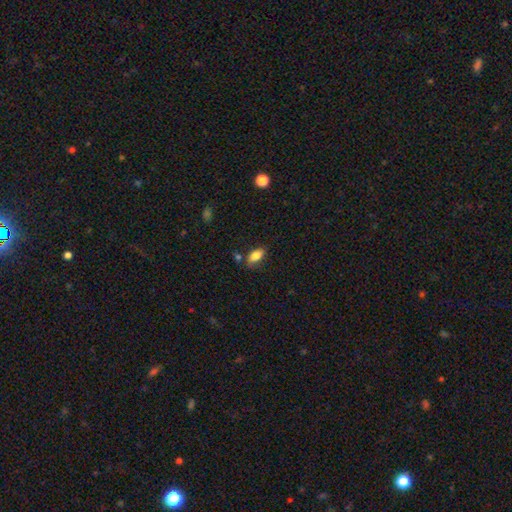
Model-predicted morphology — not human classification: smooth_or_featured: smooth (p=0.80) [alt: featured or disk p=0.12]
how_rounded: in between (p=0.89) [alt: cigar-shaped p=0.07]
merging: none (p=0.70) [alt: minor disturbance p=0.20]